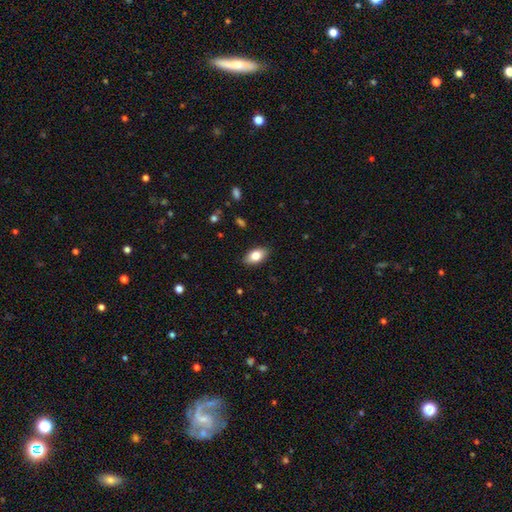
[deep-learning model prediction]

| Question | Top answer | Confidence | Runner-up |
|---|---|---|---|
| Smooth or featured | smooth | 81% | featured or disk (11%) |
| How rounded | in between | 92% | round (5%) |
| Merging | none | 88% | minor disturbance (9%) |